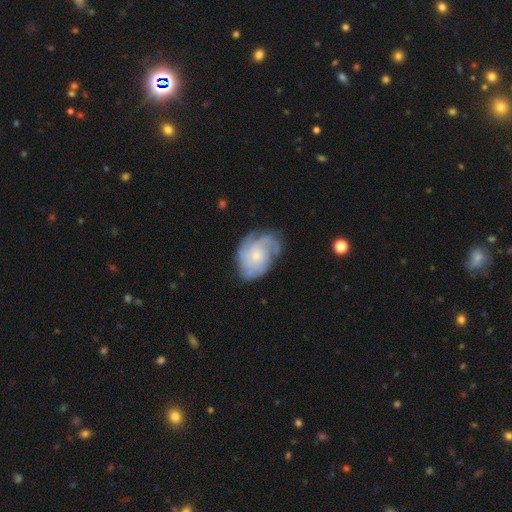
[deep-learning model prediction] The model was most divided on "spiral winding": tight: 51%, medium: 34%, loose: 14%. Remaining: edge-on disk — no (97%); spiral arms — yes (88%); bar — no (80%); smooth or featured — featured or disk (74%); bulge size — small (70%); merging — none (61%); spiral arm count — can't tell (41%).